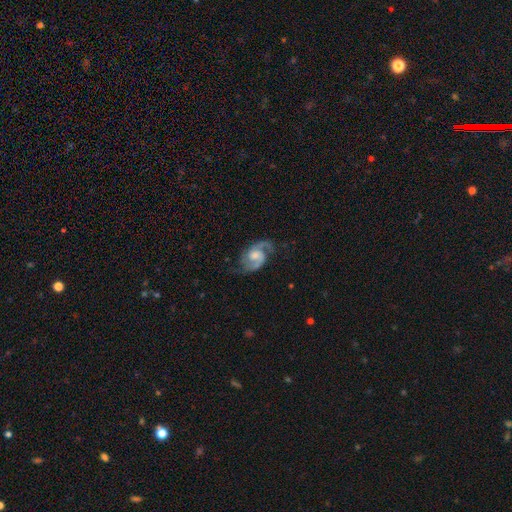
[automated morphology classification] The model was most divided on "bar": no: 51%, weak: 42%, strong: 7%. More confident: edge-on disk — no (98%); spiral arms — yes (98%); spiral arm count — 2 (92%); smooth or featured — featured or disk (90%); merging — none (71%); spiral winding — medium (58%); bulge size — moderate (50%).